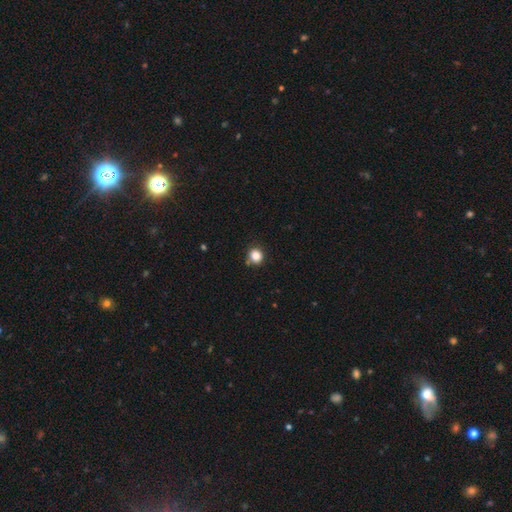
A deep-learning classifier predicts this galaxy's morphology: smooth 83%, star or artifact 12%, featured or disk 5%. Down the decision tree: how rounded — round (91%); merging — none (84%).